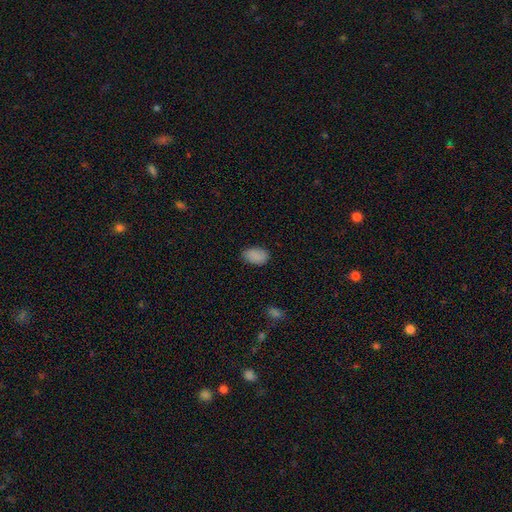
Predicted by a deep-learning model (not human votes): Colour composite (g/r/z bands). It shows a smooth galaxy with no disk features (88%) that is in between round and cigar-shaped (91%). Merging: none (82%).